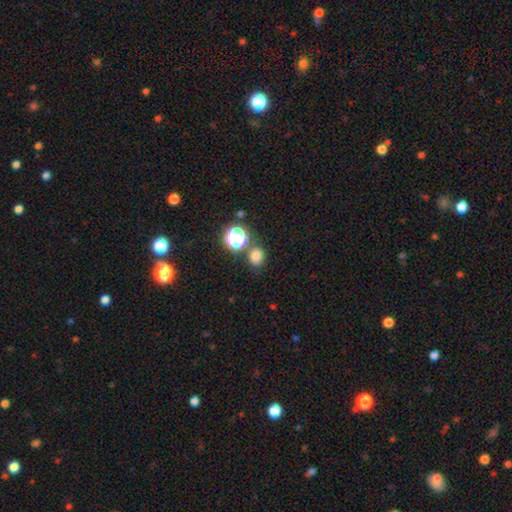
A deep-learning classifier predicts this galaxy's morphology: Overall: smooth (77%). How rounded: round (65%; in between 33%). Merging: none (72%).